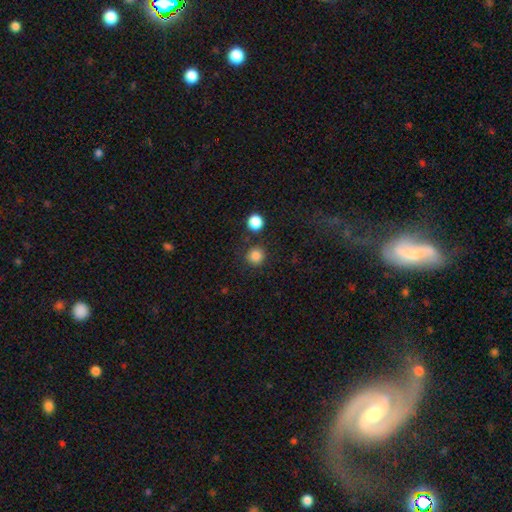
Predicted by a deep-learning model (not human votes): smooth-or-featured: smooth: 85% | star or artifact: 12% | featured or disk: 4%
  how-rounded: round: 93% | in between: 6% | cigar-shaped: 1%
  merging: none: 85% | minor disturbance: 8% | merger: 5% | major disturbance: 3%